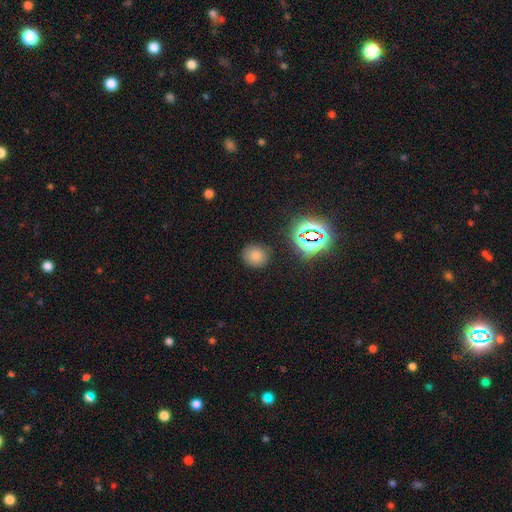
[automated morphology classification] smooth_or_featured: smooth (p=0.64) [alt: star or artifact p=0.28]
how_rounded: round (p=0.84) [alt: in between p=0.15]
merging: none (p=0.87) [alt: minor disturbance p=0.09]